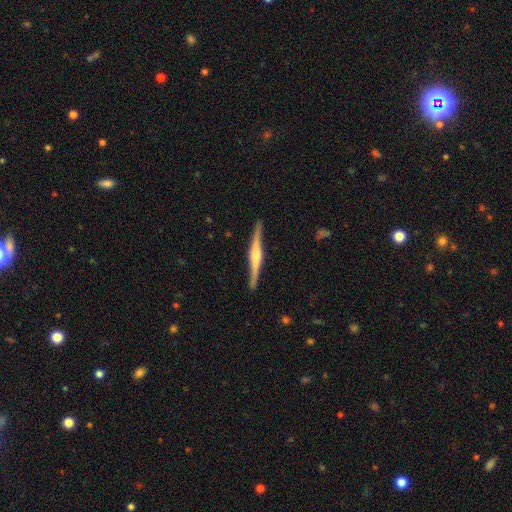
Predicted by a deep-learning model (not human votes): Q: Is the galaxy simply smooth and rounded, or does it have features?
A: featured or disk — 75%.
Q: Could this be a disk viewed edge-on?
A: yes — 98%.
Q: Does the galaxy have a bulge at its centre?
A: rounded — 56%.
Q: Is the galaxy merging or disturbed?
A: none — 89%.